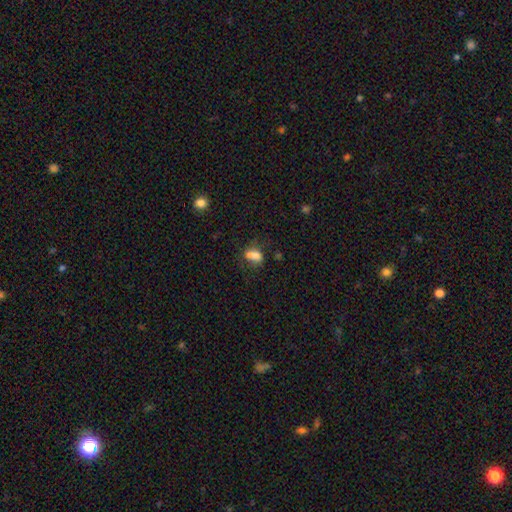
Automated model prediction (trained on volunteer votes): A smooth galaxy with no disk features (74%) that is in between round and cigar-shaped (74%). Merging: none (38%).